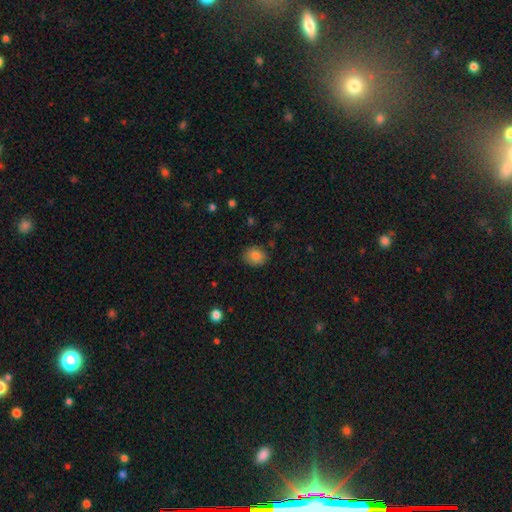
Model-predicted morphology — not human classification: smooth 82%, star or artifact 9%, featured or disk 9%. Down the decision tree: how rounded — round (62%); merging — none (86%).